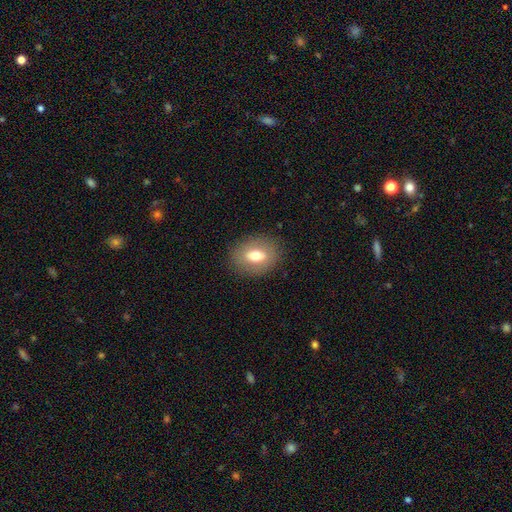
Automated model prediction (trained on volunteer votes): smooth_or_featured: smooth (p=0.66) [alt: featured or disk p=0.25]
how_rounded: in between (p=0.68) [alt: round p=0.30]
merging: none (p=0.85) [alt: minor disturbance p=0.10]